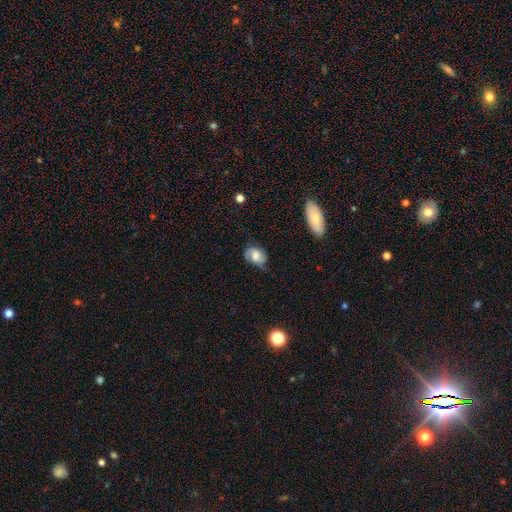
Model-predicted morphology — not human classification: type=featured or disk (54%); edge-on=no (96%); bar=no (55%); spiral arms=yes (89%); bulge=moderate (35%); merging=none (61%).